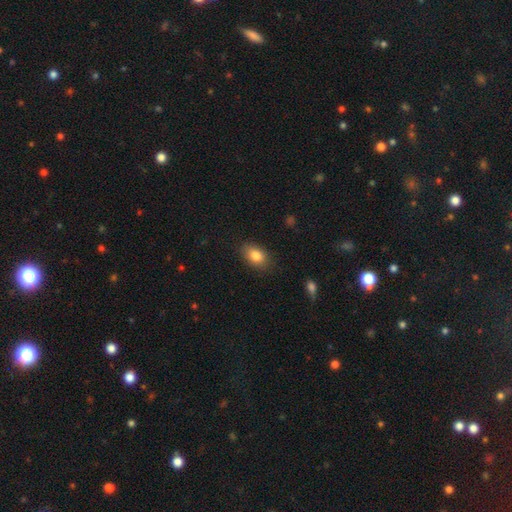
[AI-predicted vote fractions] This is clearly a smooth galaxy (84%). How rounded: clearly in between (85%). Merging: clearly none (84%).